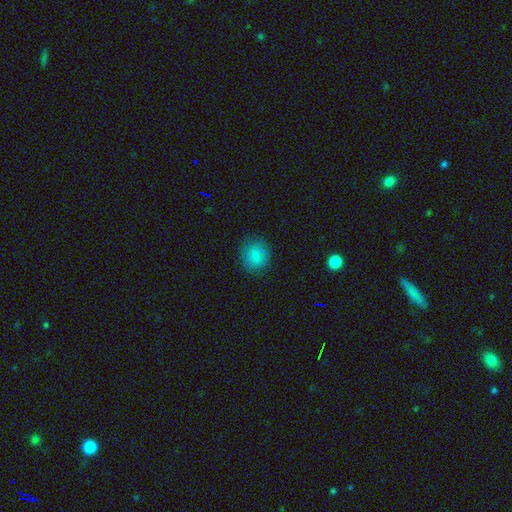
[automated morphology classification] The model was most divided on "how rounded": round: 76%, in between: 23%, cigar-shaped: 1%. More confident: smooth or featured — smooth (85%); merging — none (85%).